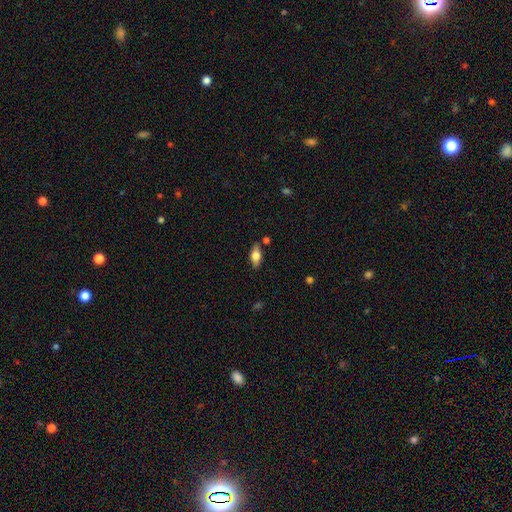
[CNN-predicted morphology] This appears to be a smooth galaxy with no disk features (66%) that is in between round and cigar-shaped (83%). Merging: none (81%).